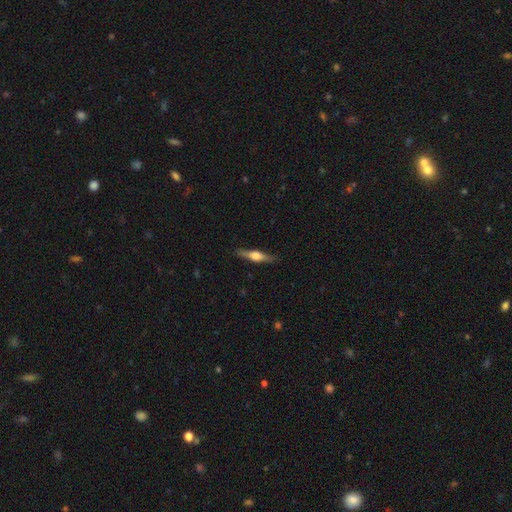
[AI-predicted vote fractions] Smooth or featured?
  - featured or disk: 65% *
  - smooth: 29%
  - star or artifact: 6%
Edge-on disk?
  - yes: 97% *
  - no: 3%
Edge-on bulge?
  - rounded: 91% *
  - boxy: 7%
  - none: 2%
Merging?
  - none: 88% *
  - minor disturbance: 9%
  - major disturbance: 2%
  - merger: 1%